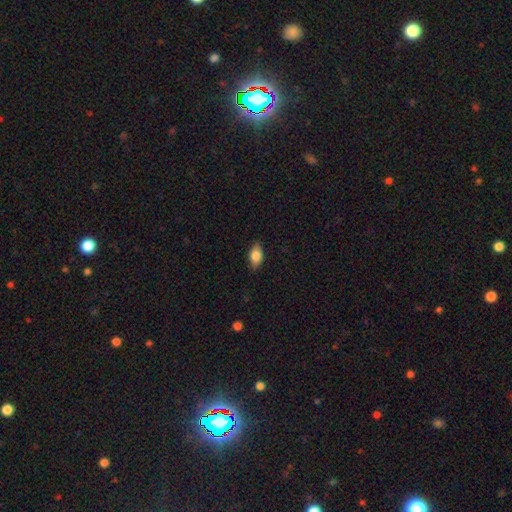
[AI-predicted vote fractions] This is likely a smooth galaxy (78%). How rounded: clearly in between (88%). Merging: clearly none (85%).